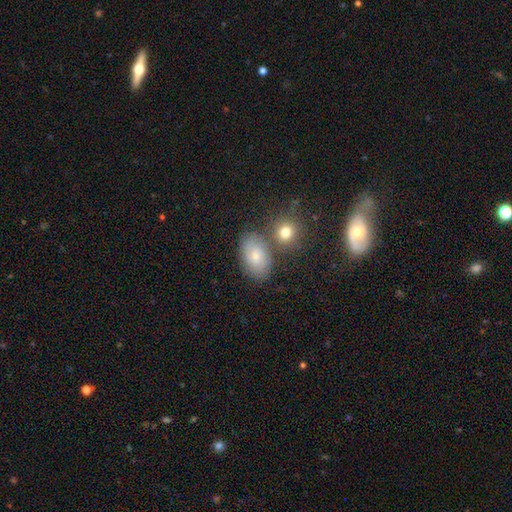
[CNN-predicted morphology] smooth_or_featured: smooth (p=0.66) [alt: featured or disk p=0.24]
how_rounded: in between (p=0.83) [alt: round p=0.16]
merging: none (p=0.63) [alt: minor disturbance p=0.17]